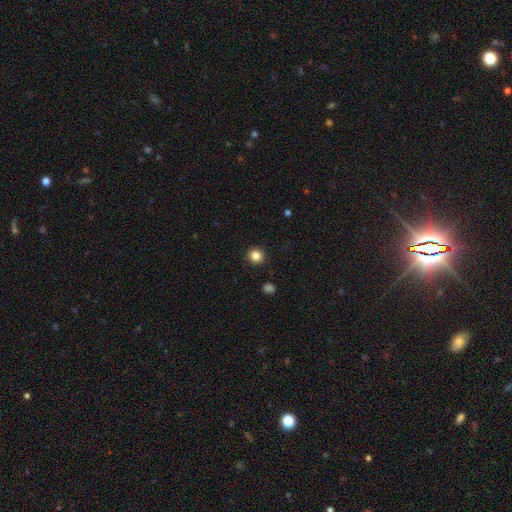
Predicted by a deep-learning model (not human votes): smooth-or-featured: smooth: 84% | star or artifact: 11% | featured or disk: 4%
  how-rounded: round: 93% | in between: 6% | cigar-shaped: 1%
  merging: none: 92% | minor disturbance: 5% | major disturbance: 2% | merger: 1%